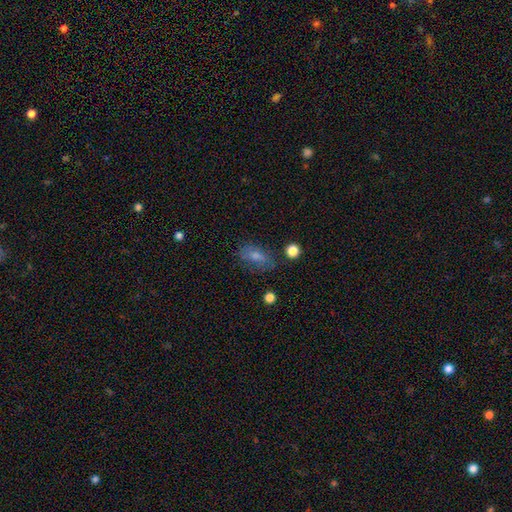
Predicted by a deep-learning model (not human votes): Smooth or featured: smooth — 58% (featured or disk — 25%)
How rounded: in between — 80% (round — 11%)
Merging: none — 70% (minor disturbance — 20%)